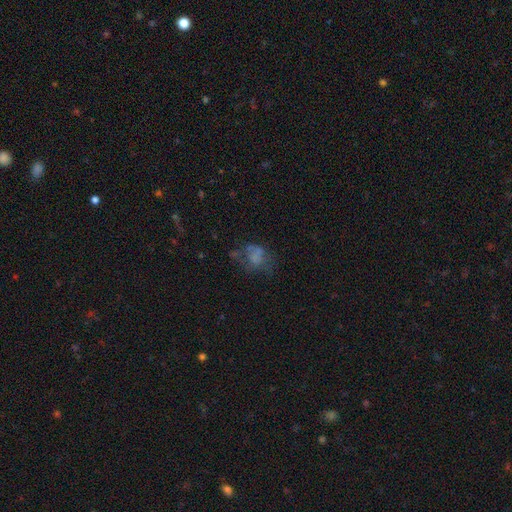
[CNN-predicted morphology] This is possibly a smooth galaxy (49%). Merging: marginally none (36%).